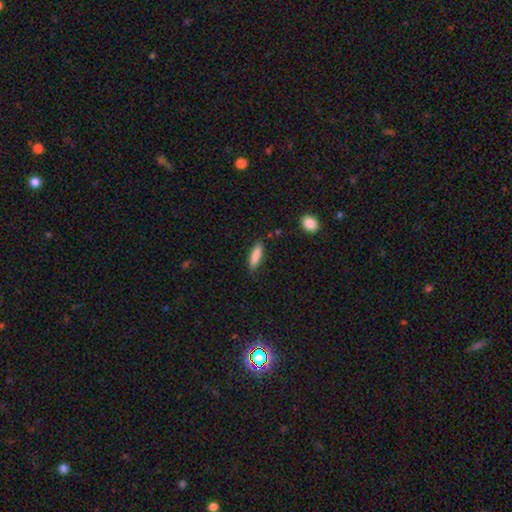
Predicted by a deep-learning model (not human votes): smooth-or-featured: smooth: 85% | featured or disk: 8% | star or artifact: 7%
  how-rounded: cigar-shaped: 63% | in between: 35% | round: 2%
  merging: none: 81% | minor disturbance: 14% | major disturbance: 3% | merger: 2%